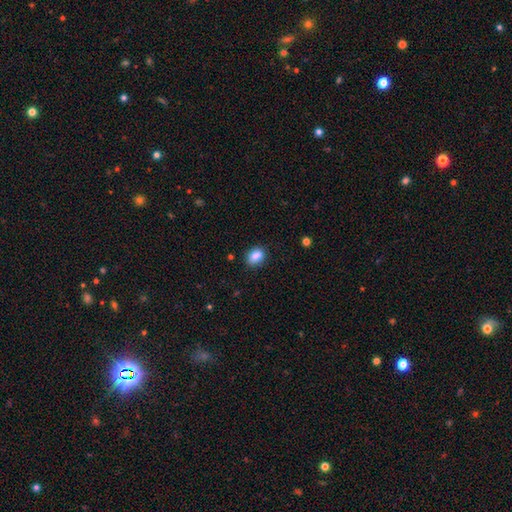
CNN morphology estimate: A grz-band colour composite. It shows a smooth galaxy with no disk features (86%) that is in between round and cigar-shaped (71%). Merging: none (83%).